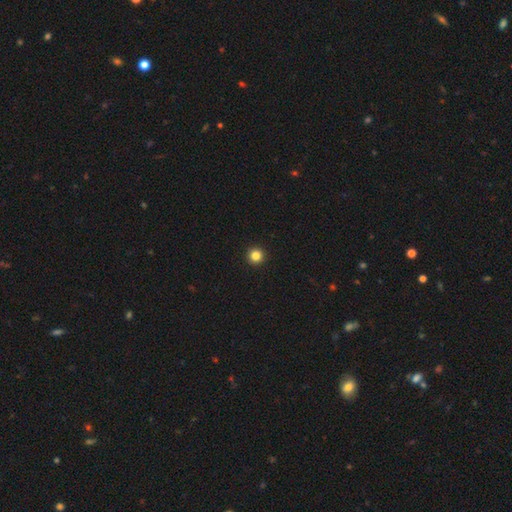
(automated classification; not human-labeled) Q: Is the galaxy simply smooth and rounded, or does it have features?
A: smooth — 84%.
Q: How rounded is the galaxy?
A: round — 97%.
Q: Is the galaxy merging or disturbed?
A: none — 94%.